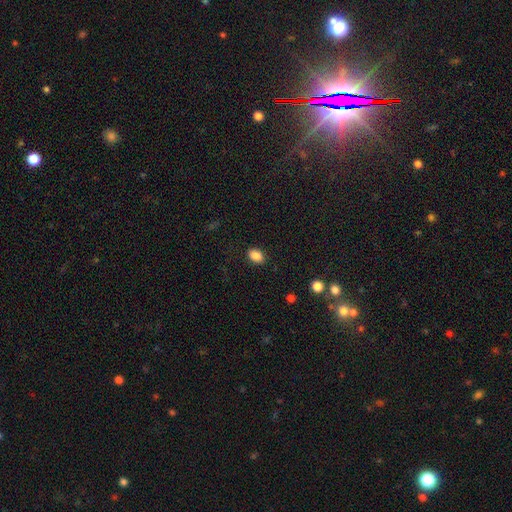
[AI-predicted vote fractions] Smooth or featured?
  - smooth: 87% *
  - star or artifact: 9%
  - featured or disk: 4%
How rounded?
  - in between: 81% *
  - round: 18%
  - cigar-shaped: 1%
Merging?
  - none: 88% *
  - minor disturbance: 9%
  - major disturbance: 2%
  - merger: 1%